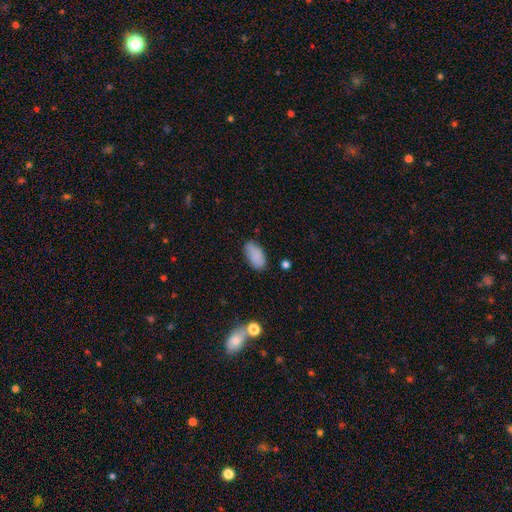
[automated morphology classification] smooth 86%, star or artifact 8%, featured or disk 6%. Down the decision tree: how rounded — in between (93%); merging — none (77%).